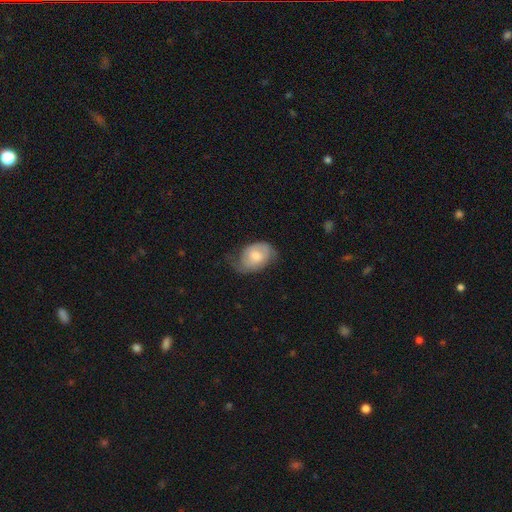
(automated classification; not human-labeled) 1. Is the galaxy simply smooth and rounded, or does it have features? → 47% smooth, 46% featured or disk, 6% star or artifact.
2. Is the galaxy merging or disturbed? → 44% none, 34% minor disturbance, 20% major disturbance, 1% merger.